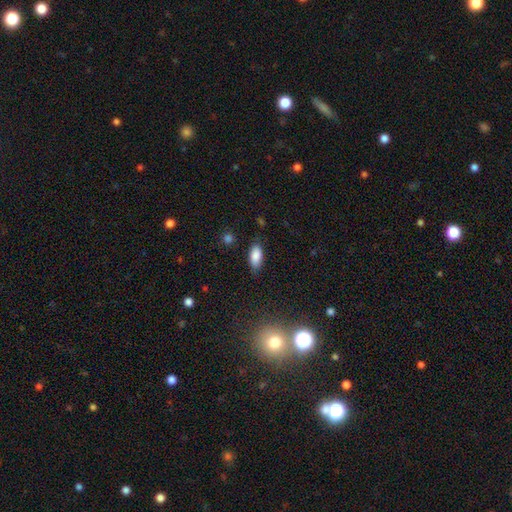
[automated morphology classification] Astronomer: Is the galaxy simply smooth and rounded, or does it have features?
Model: smooth — 86%.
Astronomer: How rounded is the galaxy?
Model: in between — 89%.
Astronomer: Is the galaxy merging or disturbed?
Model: none — 77%.